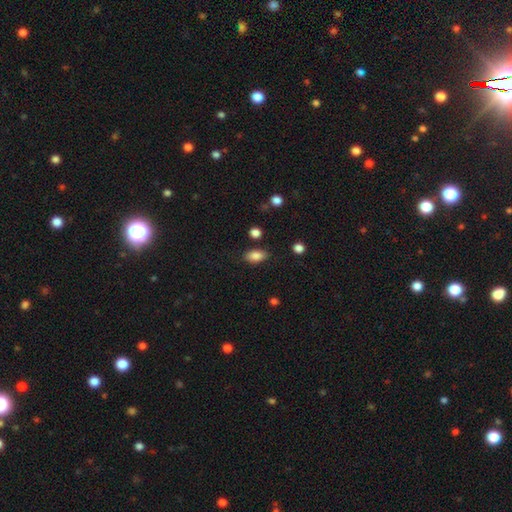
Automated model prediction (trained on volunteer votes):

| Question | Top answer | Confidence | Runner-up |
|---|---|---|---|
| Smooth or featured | smooth | 85% | star or artifact (9%) |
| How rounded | in between | 89% | round (8%) |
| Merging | none | 80% | minor disturbance (13%) |